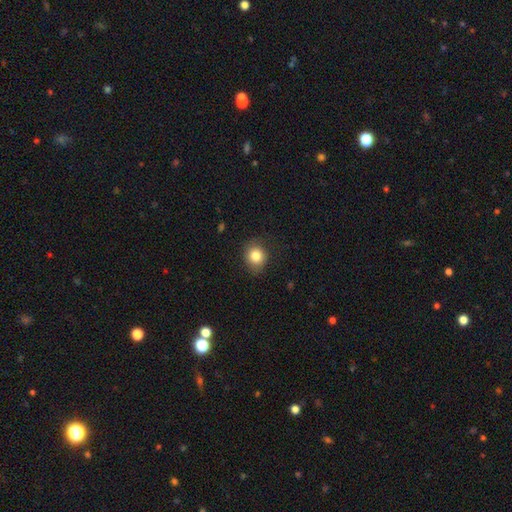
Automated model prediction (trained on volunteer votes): Overall: smooth (83%). How rounded: round (75%). Merging: none (81%).